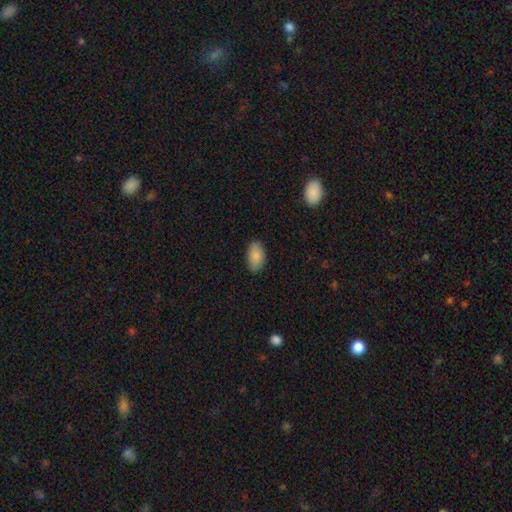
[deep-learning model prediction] This appears to be a smooth galaxy with no disk features (88%) that is in between round and cigar-shaped (94%). Merging: none (86%).